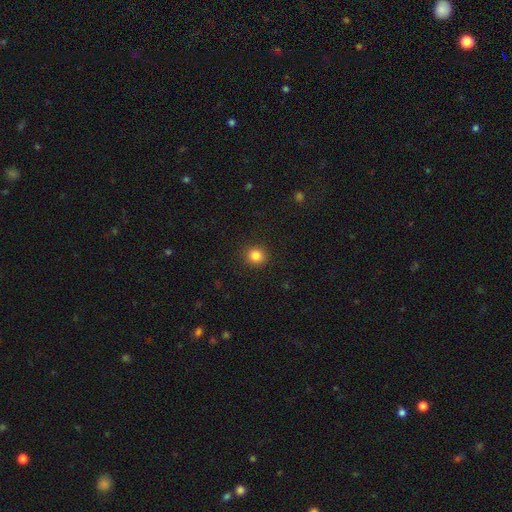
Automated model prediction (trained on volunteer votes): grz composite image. It shows a smooth galaxy with no disk features (84%) that is round (87%). Merging: none (91%).